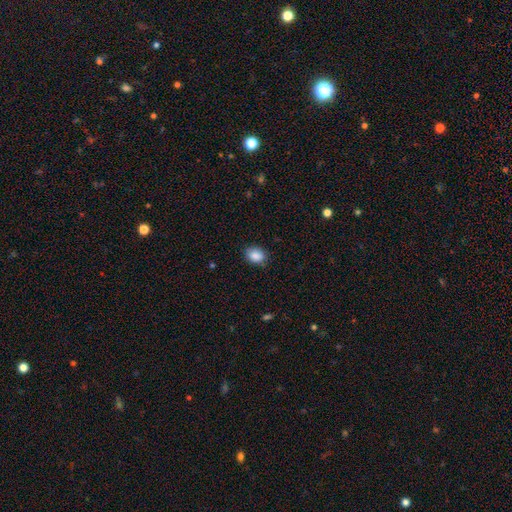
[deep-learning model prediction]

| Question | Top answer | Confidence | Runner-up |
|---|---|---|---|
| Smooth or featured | smooth | 88% | star or artifact (8%) |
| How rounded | in between | 62% | round (37%) |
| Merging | none | 82% | minor disturbance (14%) |